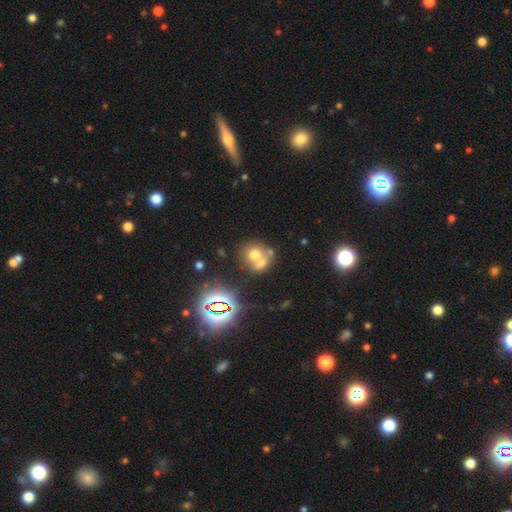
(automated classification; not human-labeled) A smooth galaxy with no disk features (59%) that is round (73%). Merging: merger (54%).